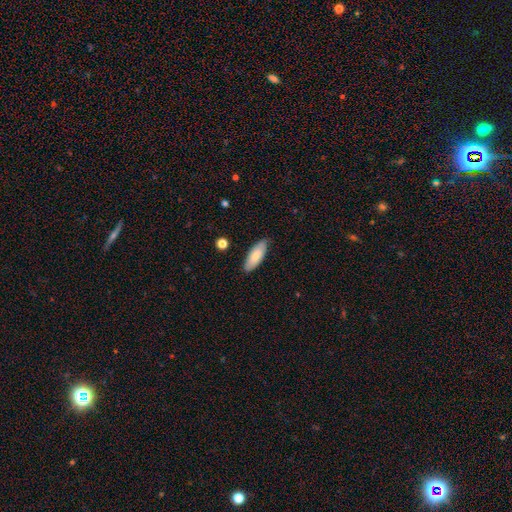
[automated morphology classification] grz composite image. It shows a smooth galaxy with no disk features (79%) that is in between round and cigar-shaped (70%). Merging: none (84%).